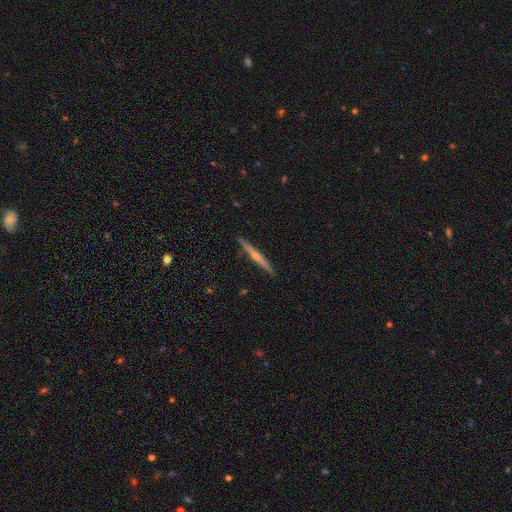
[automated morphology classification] The model was most divided on "smooth or featured": featured or disk: 71%, smooth: 23%, star or artifact: 6%. More confident: edge-on disk — yes (98%); merging — none (91%); edge-on bulge — rounded (80%).